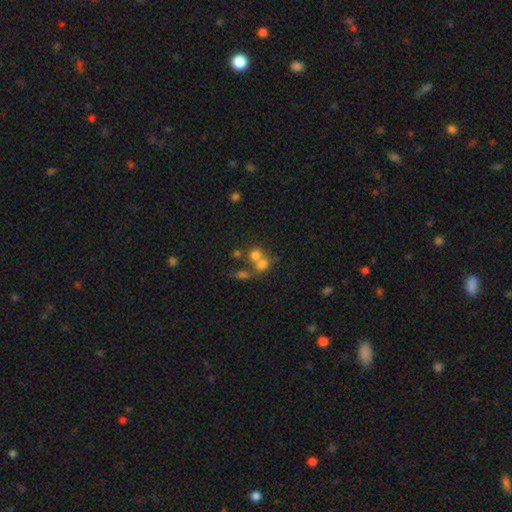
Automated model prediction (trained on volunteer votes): This appears to be a smooth galaxy with no disk features (67%) that is round (79%). Merging: merger (56%).